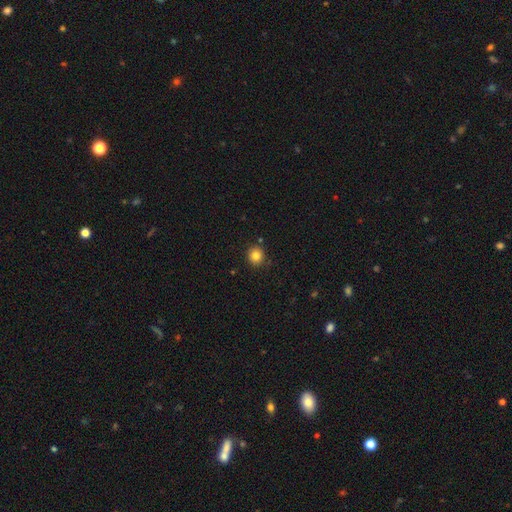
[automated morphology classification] Overall: smooth (83%). How rounded: round (90%). Merging: none (87%).